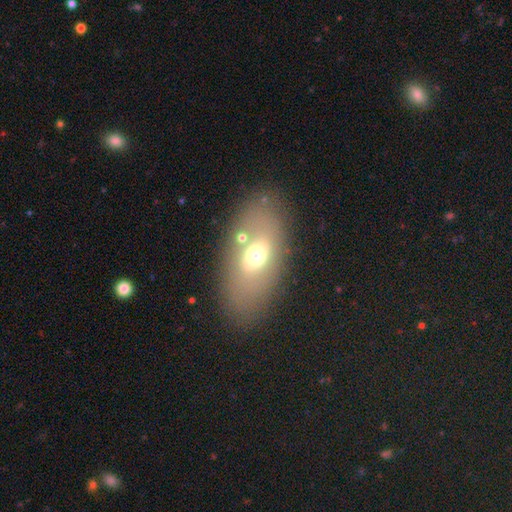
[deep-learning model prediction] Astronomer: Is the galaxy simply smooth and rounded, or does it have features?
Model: smooth — 57% (runner-up: featured or disk, 32%).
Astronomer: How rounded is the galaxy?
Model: in between — 88%.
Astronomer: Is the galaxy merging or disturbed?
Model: none — 79%.